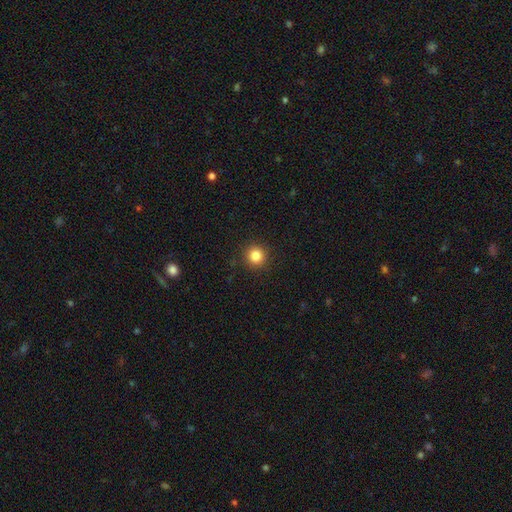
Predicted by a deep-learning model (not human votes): A smooth galaxy with no disk features (84%) that is round (94%). Merging: none (91%).